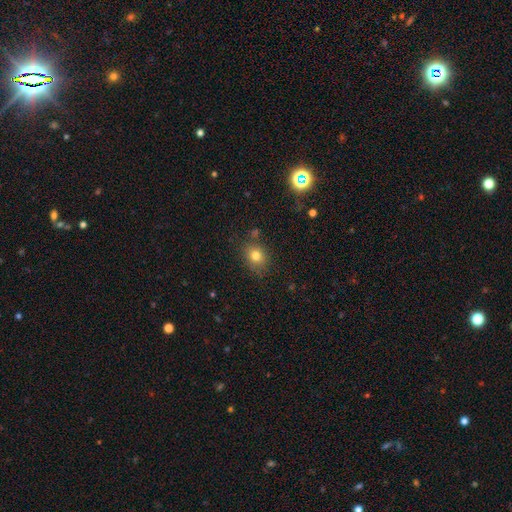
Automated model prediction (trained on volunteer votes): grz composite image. It shows a smooth galaxy with no disk features (78%) that is round (64%). Merging: none (79%).